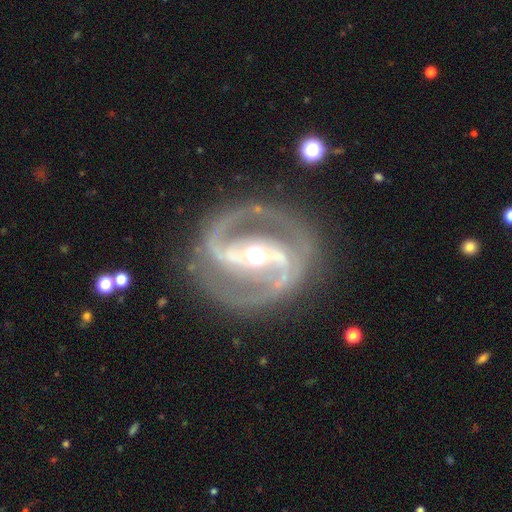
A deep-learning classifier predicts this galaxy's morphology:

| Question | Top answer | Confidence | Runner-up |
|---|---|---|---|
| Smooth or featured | featured or disk | 92% | star or artifact (5%) |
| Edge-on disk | no | 97% | yes (3%) |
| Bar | strong | 55% | weak (29%) |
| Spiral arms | yes | 98% | no (2%) |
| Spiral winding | medium | 57% | tight (35%) |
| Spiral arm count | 2 | 92% | 3 (3%) |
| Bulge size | moderate | 67% | small (22%) |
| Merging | none | 82% | minor disturbance (12%) |